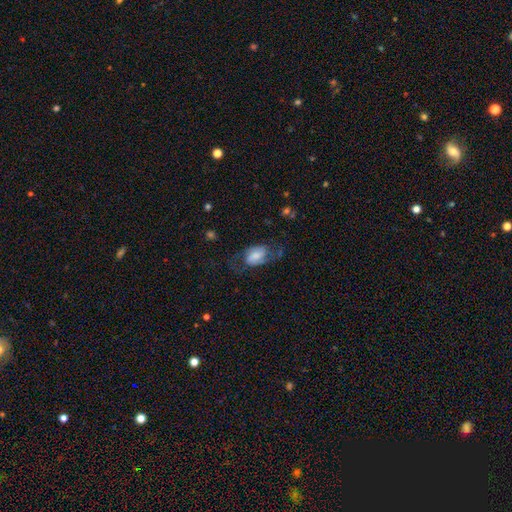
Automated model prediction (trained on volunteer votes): smooth_or_featured: smooth (p=0.51) [alt: featured or disk p=0.41]
how_rounded: in between (p=0.88) [alt: round p=0.10]
merging: none (p=0.45) [alt: major disturbance p=0.28]